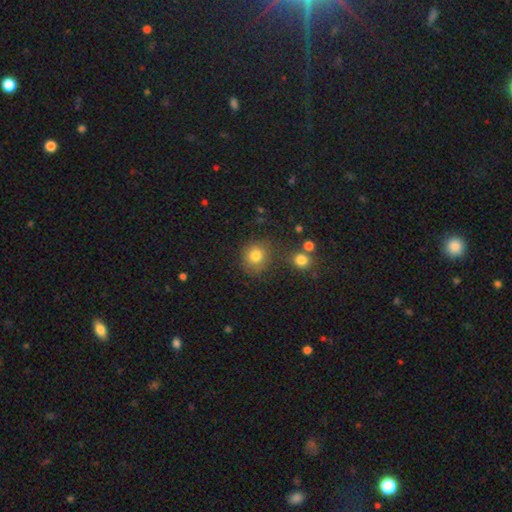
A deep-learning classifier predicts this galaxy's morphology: This appears to be a smooth galaxy with no disk features (79%) that is round (81%). Merging: none (72%).